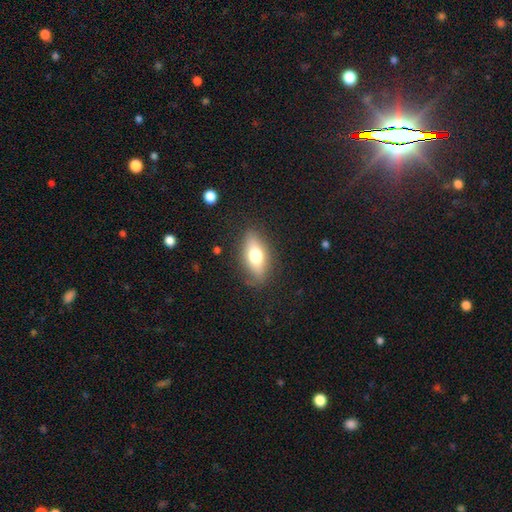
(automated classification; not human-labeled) A smooth galaxy with no disk features (65%) that is in between round and cigar-shaped (78%).

Vote fractions:
- Smooth or featured? smooth: 65% / featured or disk: 27% / star or artifact: 8%
- How rounded? in between: 78% / cigar-shaped: 16% / round: 6%
- Merging? none: 81% / minor disturbance: 13% / major disturbance: 4% / merger: 1%